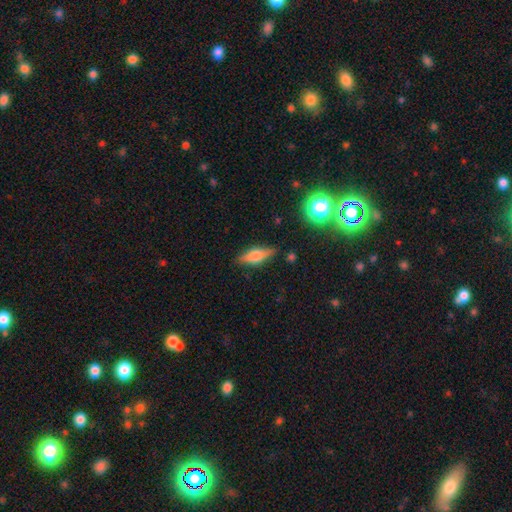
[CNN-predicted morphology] This is possibly a smooth galaxy (53%). How rounded: possibly in between (58%). Merging: clearly none (81%).